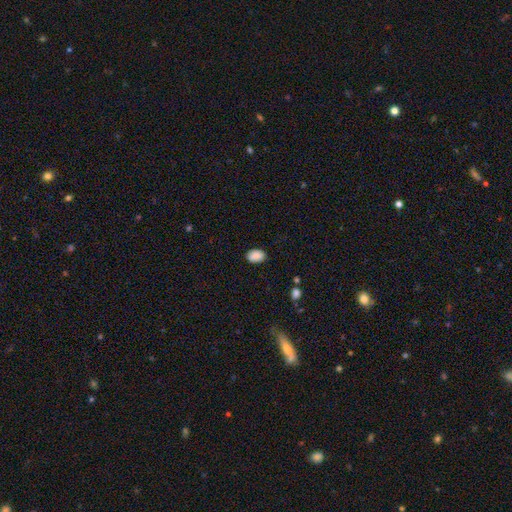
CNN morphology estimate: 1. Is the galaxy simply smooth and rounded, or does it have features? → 88% smooth, 8% star or artifact, 4% featured or disk.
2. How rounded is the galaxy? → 85% in between, 13% round, 1% cigar-shaped.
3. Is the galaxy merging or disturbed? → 84% none, 12% minor disturbance, 3% major disturbance, 1% merger.